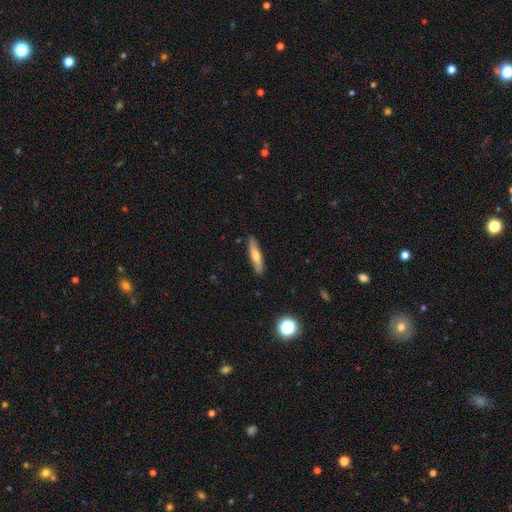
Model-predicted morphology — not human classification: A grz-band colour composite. It shows a smooth galaxy with no disk features (57%) that is cigar-shaped (84%). Merging: none (86%).